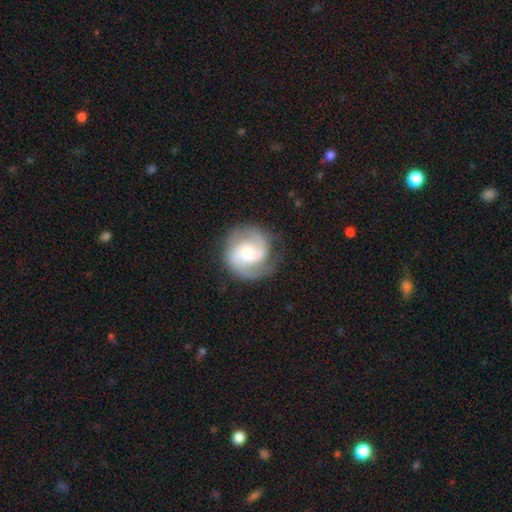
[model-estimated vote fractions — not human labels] Smooth or featured?
  - featured or disk: 83% *
  - smooth: 12%
  - star or artifact: 5%
Edge-on disk?
  - no: 98% *
  - yes: 2%
Bar?
  - no: 51% *
  - weak: 39%
  - strong: 9%
Spiral arms?
  - yes: 97% *
  - no: 3%
Spiral winding?
  - medium: 51% *
  - tight: 34%
  - loose: 15%
Spiral arm count?
  - 2: 78% *
  - 3: 8%
  - can't tell: 6%
  - 1: 4%
  - 4: 2%
  - more than 4: 2%
Bulge size?
  - moderate: 42% *
  - small: 37%
  - large: 13%
  - none: 6%
  - dominant: 2%
Merging?
  - none: 74% *
  - minor disturbance: 16%
  - major disturbance: 8%
  - merger: 2%